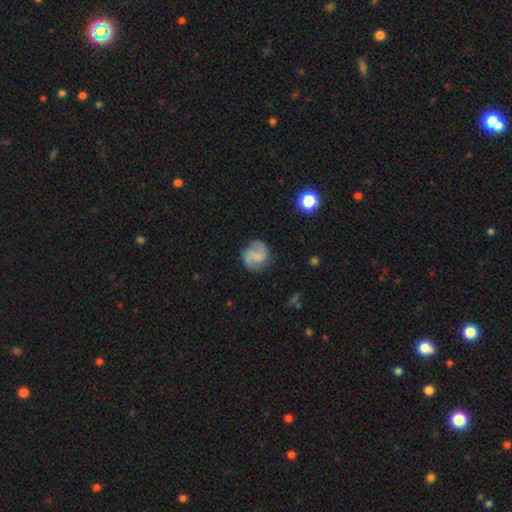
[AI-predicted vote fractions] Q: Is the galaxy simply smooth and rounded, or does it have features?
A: featured or disk — 65%.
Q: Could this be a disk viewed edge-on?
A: no — 98%.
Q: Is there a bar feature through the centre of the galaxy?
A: no — 45%.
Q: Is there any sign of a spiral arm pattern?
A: yes — 93%.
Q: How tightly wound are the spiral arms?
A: medium — 47%.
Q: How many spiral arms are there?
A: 2 — 85%.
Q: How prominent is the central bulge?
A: none — 59%.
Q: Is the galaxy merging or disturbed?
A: none — 76%.